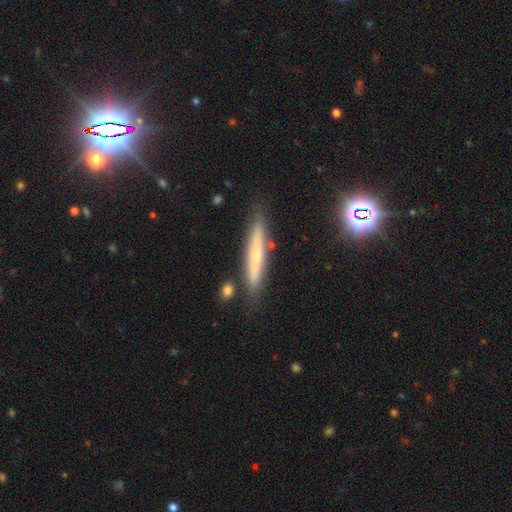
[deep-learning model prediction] This appears to be a smooth galaxy with no disk features (51%) that is cigar-shaped (93%). Merging: none (83%).